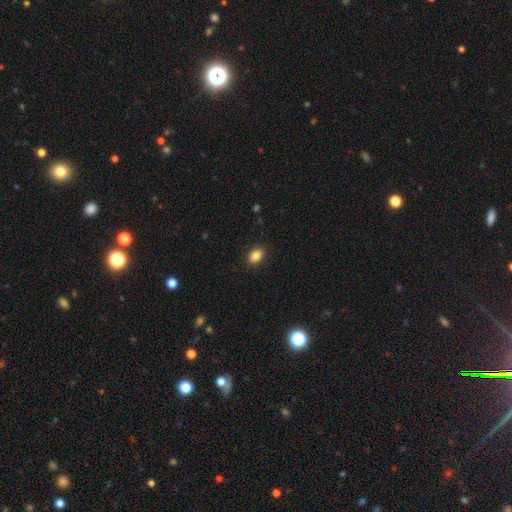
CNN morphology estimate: The model was most divided on "how rounded": in between: 79%, round: 20%, cigar-shaped: 1%. More confident: merging — none (89%); smooth or featured — smooth (86%).